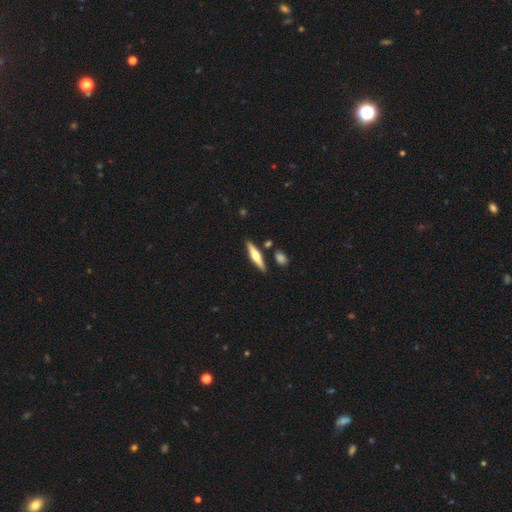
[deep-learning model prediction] Morphology: type=featured or disk (55%); edge-on=yes (96%); edge-on bulge=rounded (88%); merging=none (84%).